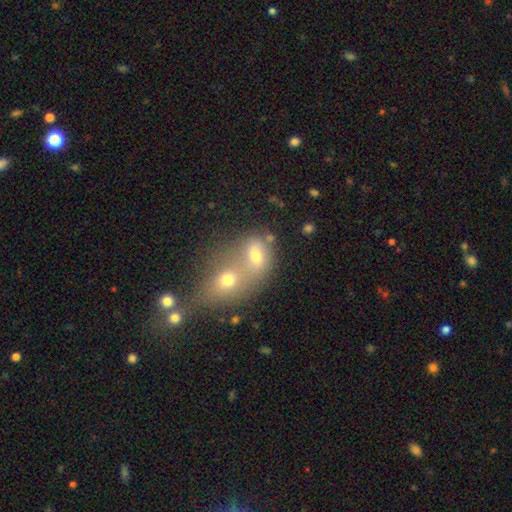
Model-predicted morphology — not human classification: smooth 63%, featured or disk 20%, star or artifact 17%. Down the decision tree: how rounded — in between (55%); merging — merger (67%).